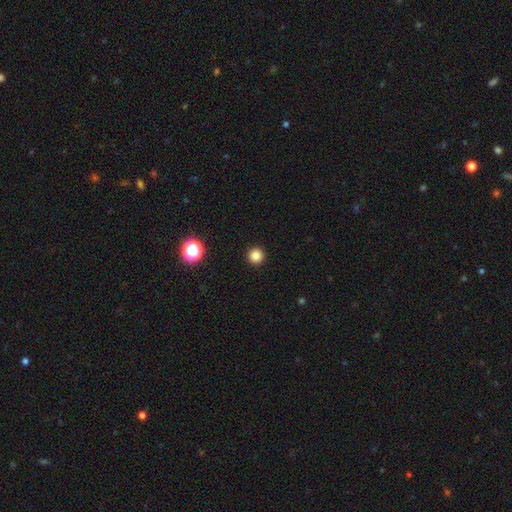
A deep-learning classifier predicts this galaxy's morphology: Smooth or featured? smooth (84%)
How rounded? round (96%)
Merging? none (93%)